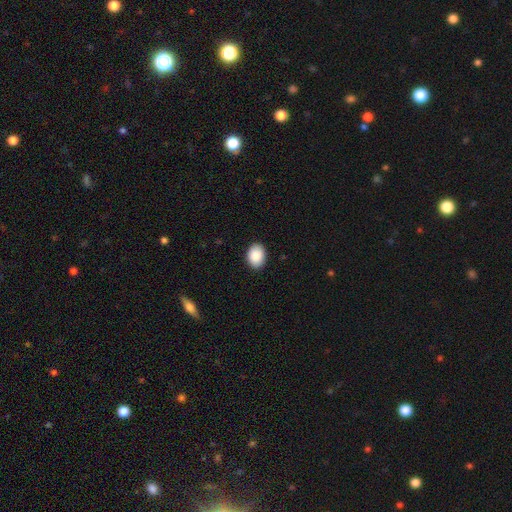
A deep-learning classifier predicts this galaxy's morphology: type=smooth (90%); roundness=in between (73%); merging=none (89%).